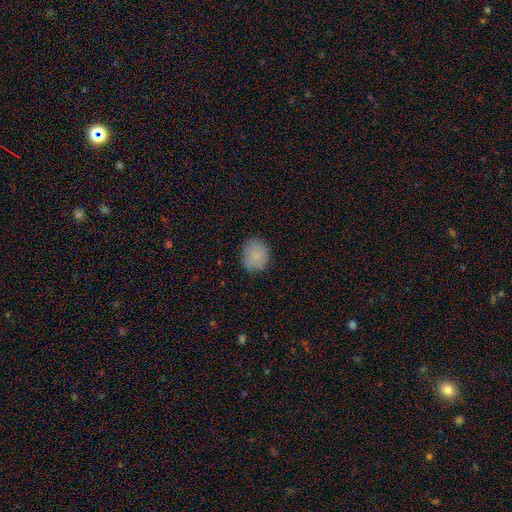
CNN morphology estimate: The model was most divided on "how rounded": round: 71%, in between: 28%, cigar-shaped: 1%. More confident: smooth or featured — smooth (85%); merging — none (83%).